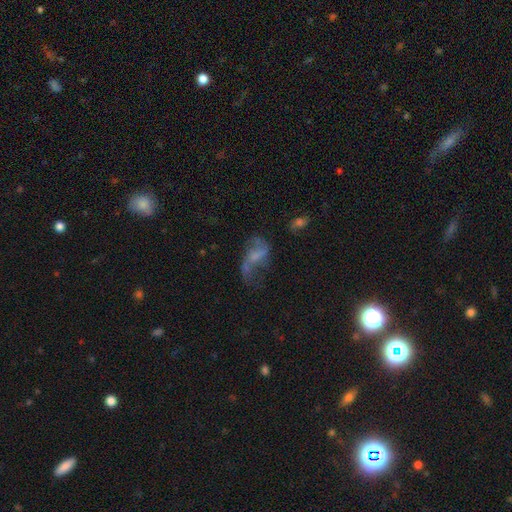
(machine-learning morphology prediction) smooth_or_featured: featured or disk (p=0.57) [alt: smooth p=0.28]
disk_edge_on: no (p=0.95) [alt: yes p=0.05]
bar: no (p=0.48) [alt: weak p=0.37]
has_spiral_arms: yes (p=0.59) [alt: no p=0.41]
bulge_size: none (p=0.49) [alt: small p=0.30]
merging: major disturbance (p=0.38) [alt: none p=0.33]